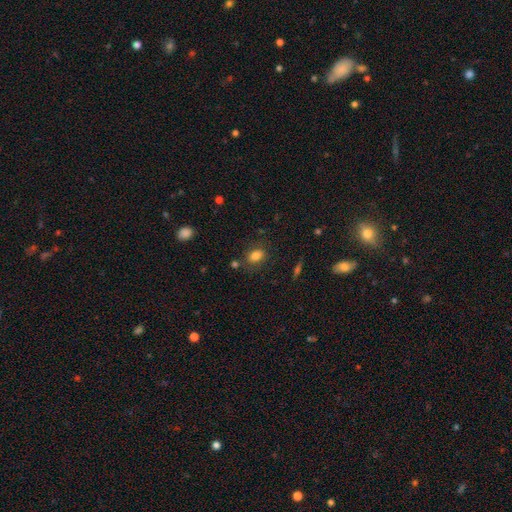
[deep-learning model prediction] Smooth or featured? Predicted: smooth (p=0.80). How rounded? Predicted: in between (p=0.76). Merging? Predicted: none (p=0.75).